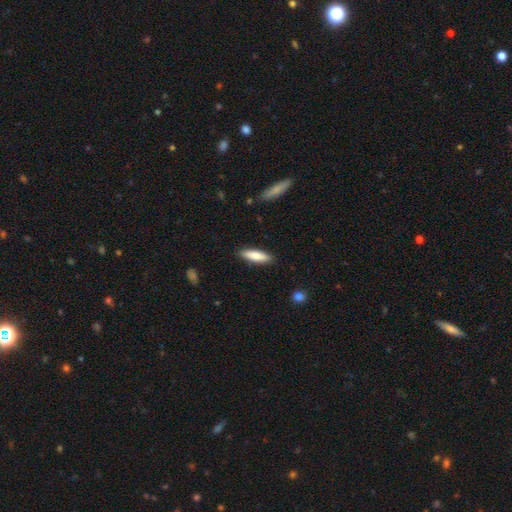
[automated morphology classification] smooth 79%, featured or disk 15%, star or artifact 6%. Down the decision tree: how rounded — cigar-shaped (56%); merging — none (89%).